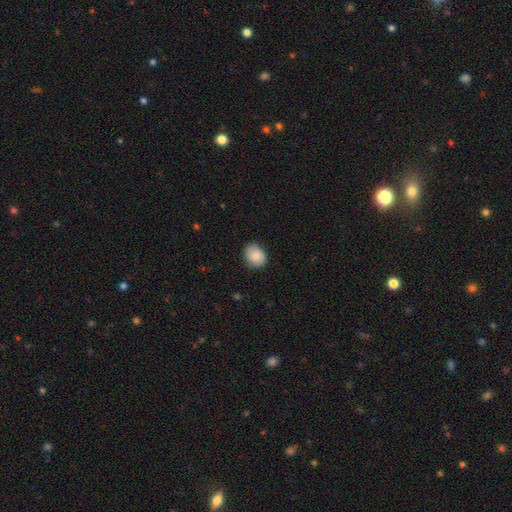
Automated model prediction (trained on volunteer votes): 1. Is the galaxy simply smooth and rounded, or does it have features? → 77% smooth, 16% featured or disk, 7% star or artifact.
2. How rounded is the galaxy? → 63% round, 36% in between, 1% cigar-shaped.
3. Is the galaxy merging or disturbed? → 83% none, 13% minor disturbance, 2% major disturbance, 1% merger.